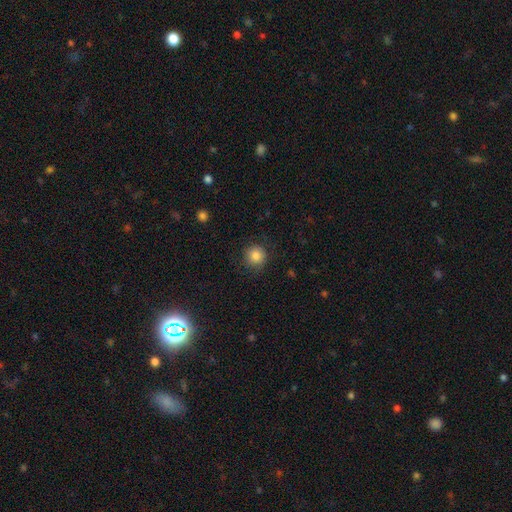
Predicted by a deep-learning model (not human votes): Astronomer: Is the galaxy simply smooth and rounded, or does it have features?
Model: smooth — 84%.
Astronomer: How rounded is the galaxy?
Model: round — 92%.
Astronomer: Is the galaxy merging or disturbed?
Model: none — 85%.